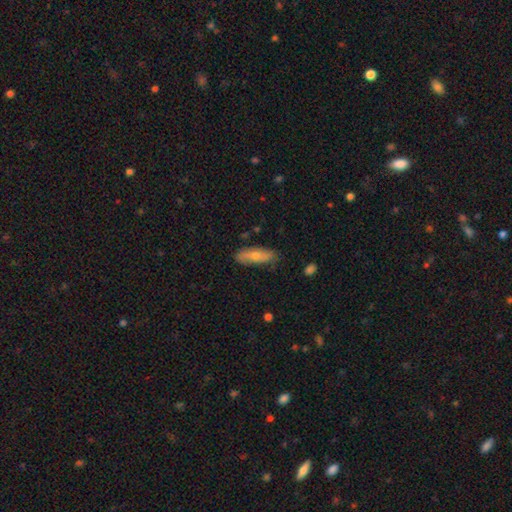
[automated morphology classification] A smooth galaxy with no disk features (68%) that is in between round and cigar-shaped (56%).

Vote fractions:
- Smooth or featured? smooth: 68% / featured or disk: 26% / star or artifact: 6%
- How rounded? in between: 56% / cigar-shaped: 42% / round: 2%
- Merging? none: 78% / minor disturbance: 17% / major disturbance: 3% / merger: 2%